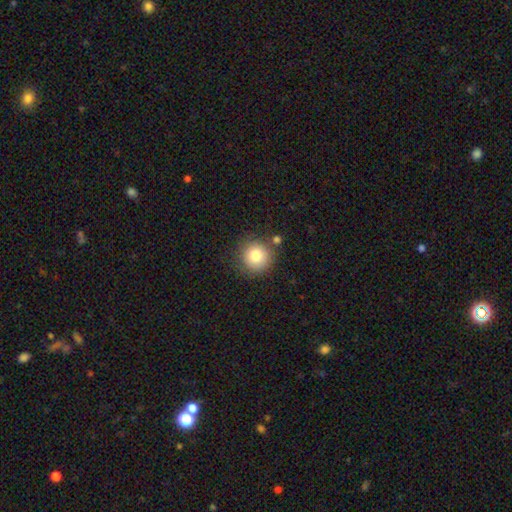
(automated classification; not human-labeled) smooth-or-featured: smooth: 81% | star or artifact: 10% | featured or disk: 9%
  how-rounded: round: 94% | in between: 6% | cigar-shaped: 1%
  merging: none: 79% | minor disturbance: 11% | merger: 7% | major disturbance: 3%